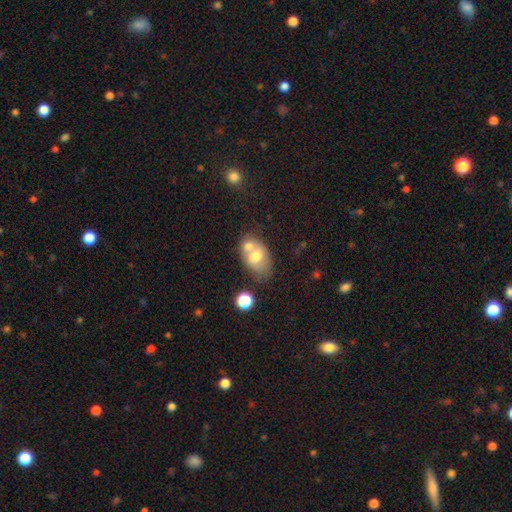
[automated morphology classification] smooth_or_featured: smooth (p=0.64) [alt: featured or disk p=0.27]
how_rounded: in between (p=0.75) [alt: round p=0.23]
merging: merger (p=0.52) [alt: none p=0.30]